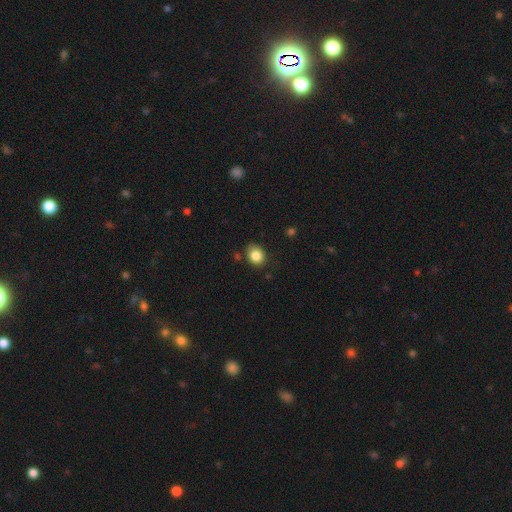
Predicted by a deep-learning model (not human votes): smooth_or_featured: smooth (p=0.84) [alt: star or artifact p=0.10]
how_rounded: round (p=0.64) [alt: in between p=0.35]
merging: none (p=0.78) [alt: minor disturbance p=0.16]